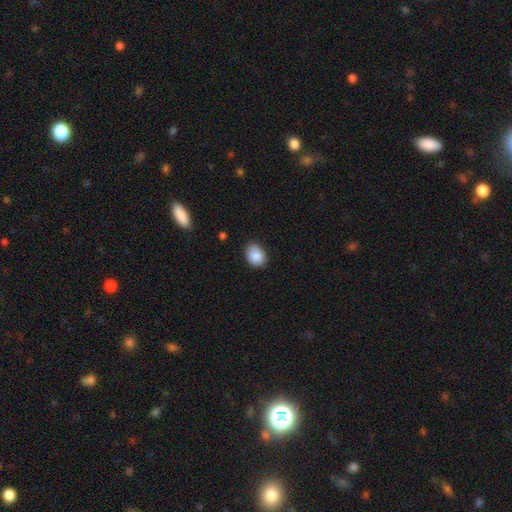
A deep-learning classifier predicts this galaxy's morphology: smooth-or-featured: smooth: 88% | star or artifact: 8% | featured or disk: 5%
  how-rounded: in between: 65% | round: 34% | cigar-shaped: 1%
  merging: none: 77% | minor disturbance: 18% | major disturbance: 3% | merger: 1%